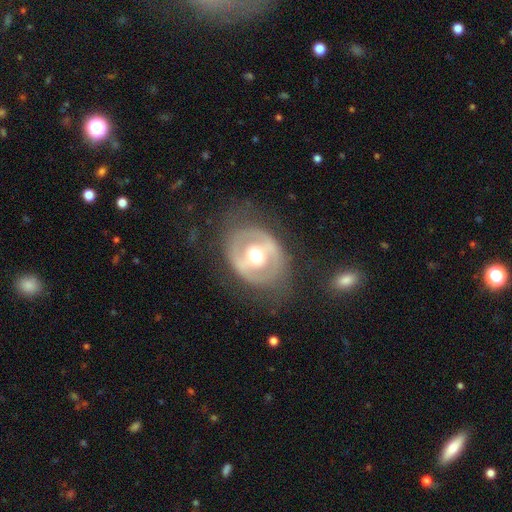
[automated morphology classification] A featured or disk galaxy (67%) with no bar (37%), no spiral arms (71%) and a moderate central bulge (73%).

Vote fractions:
- Smooth or featured? featured or disk: 67% / smooth: 27% / star or artifact: 6%
- Edge-on disk? no: 94% / yes: 6%
- Bar? no: 37% / strong: 32% / weak: 31%
- Spiral arms? no: 71% / yes: 29%
- Bulge size? moderate: 73% / large: 16% / small: 9% / dominant: 1% / none: 1%
- Merging? none: 68% / minor disturbance: 18% / major disturbance: 13% / merger: 2%